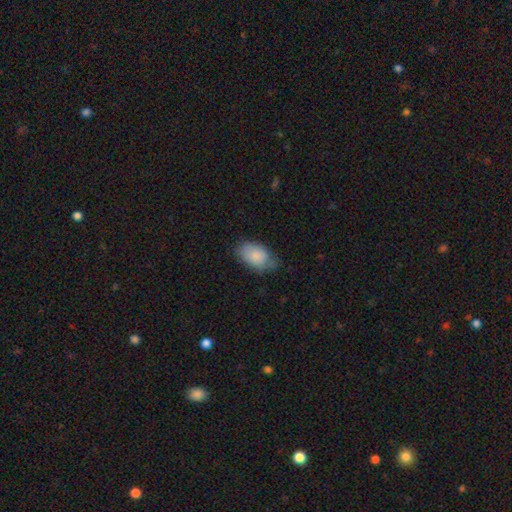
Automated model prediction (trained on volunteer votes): Q: Smooth or featured?
A: smooth (85%); runner-up: featured or disk (9%)
Q: How rounded?
A: in between (93%); runner-up: round (6%)
Q: Merging?
A: none (64%); runner-up: minor disturbance (28%)